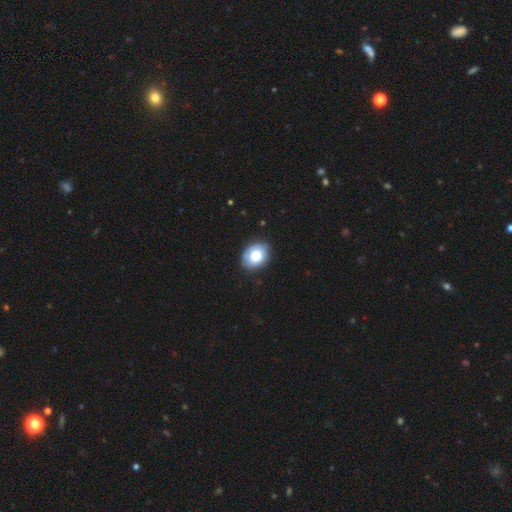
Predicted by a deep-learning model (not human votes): The model was most divided on "how rounded": in between: 54%, round: 45%, cigar-shaped: 1%. More confident: merging — none (81%); smooth or featured — smooth (73%).